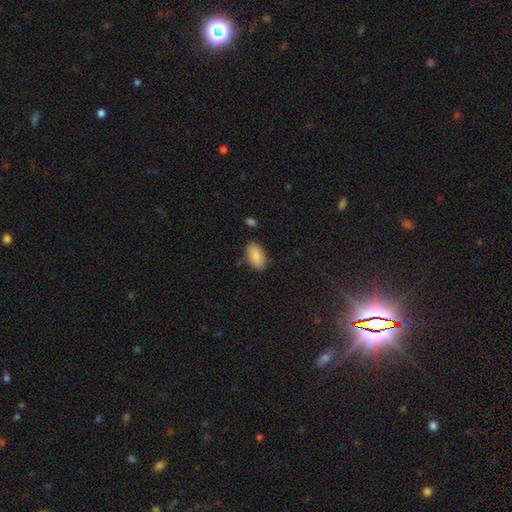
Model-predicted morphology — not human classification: Q: Smooth or featured?
A: smooth (89%); runner-up: star or artifact (6%)
Q: How rounded?
A: in between (94%); runner-up: round (4%)
Q: Merging?
A: none (82%); runner-up: minor disturbance (13%)